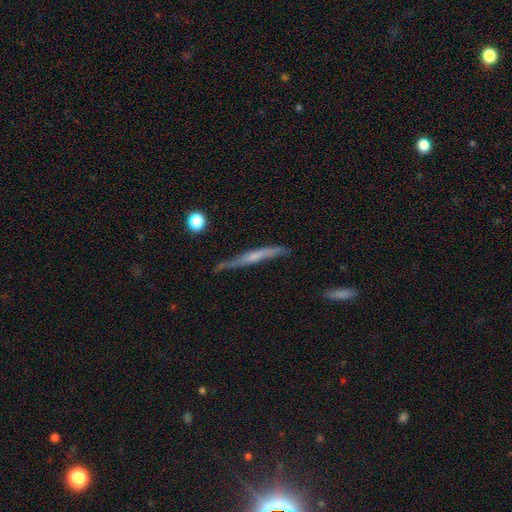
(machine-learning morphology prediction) Overall: featured or disk (53%; smooth 40%). Edge-on disk: yes (91%). Merging: none (68%).